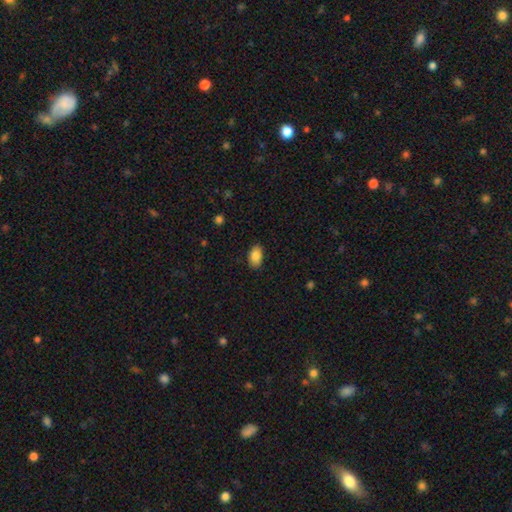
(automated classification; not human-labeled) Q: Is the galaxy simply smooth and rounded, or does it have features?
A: smooth — 85%.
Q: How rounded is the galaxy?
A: in between — 91%.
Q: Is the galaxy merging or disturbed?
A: none — 87%.